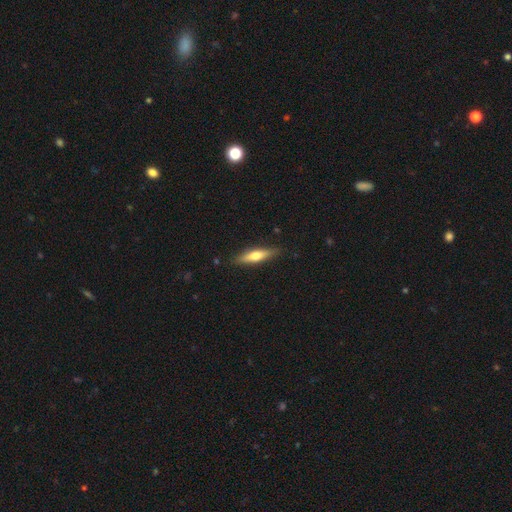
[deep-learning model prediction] Smooth or featured? smooth (52%)
How rounded? cigar-shaped (75%)
Merging? none (86%)